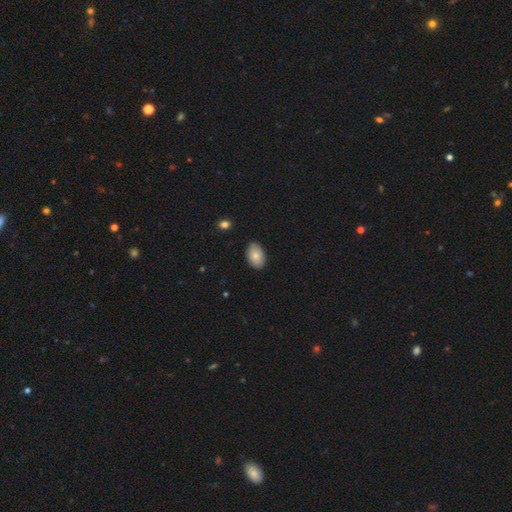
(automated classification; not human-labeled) Smooth or featured?
  - smooth: 83% *
  - featured or disk: 10%
  - star or artifact: 7%
How rounded?
  - in between: 92% *
  - round: 7%
  - cigar-shaped: 1%
Merging?
  - none: 86% *
  - minor disturbance: 11%
  - major disturbance: 2%
  - merger: 1%